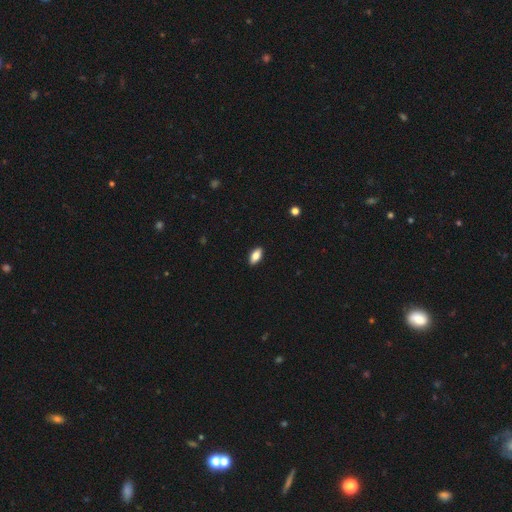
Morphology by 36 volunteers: Smooth or featured: smooth — 89% (featured or disk — 11%)
How rounded: in between — 88% (cigar-shaped — 9%)
Merging: none — 92% (minor disturbance — 6%)